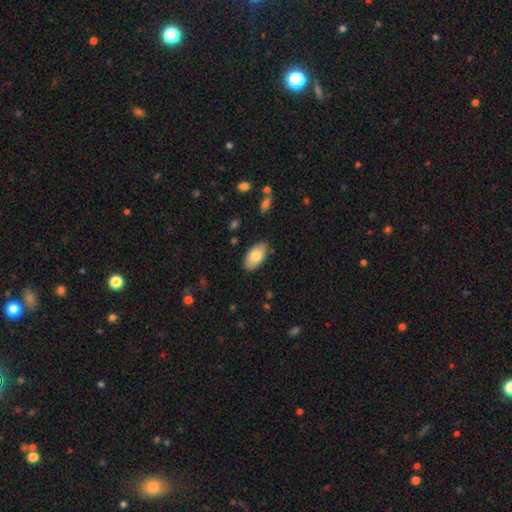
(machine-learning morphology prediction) Smooth or featured: smooth — 78% (featured or disk — 16%)
How rounded: in between — 95% (round — 3%)
Merging: none — 85% (minor disturbance — 11%)